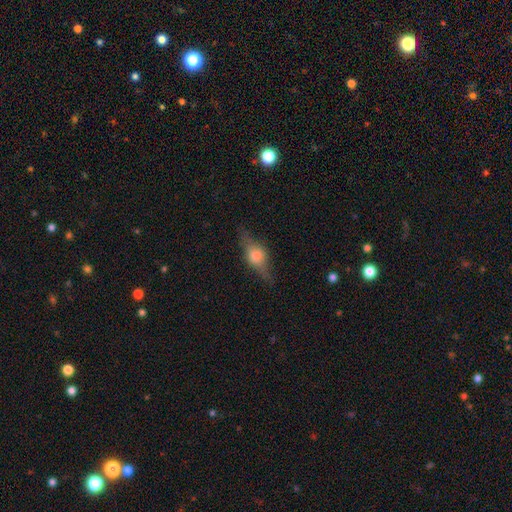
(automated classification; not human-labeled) Smooth or featured?
  - featured or disk: 53% *
  - smooth: 38%
  - star or artifact: 9%
Edge-on disk?
  - yes: 92% *
  - no: 8%
Merging?
  - none: 72% *
  - minor disturbance: 19%
  - major disturbance: 7%
  - merger: 1%